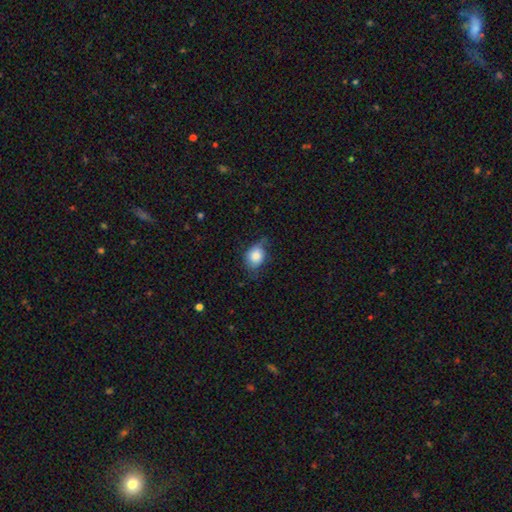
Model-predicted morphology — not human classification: Q: Smooth or featured?
A: smooth (76%); runner-up: featured or disk (15%)
Q: How rounded?
A: in between (55%); runner-up: round (44%)
Q: Merging?
A: none (49%); runner-up: minor disturbance (36%)